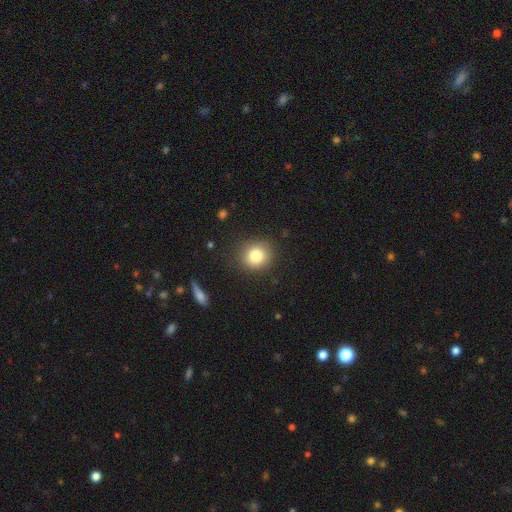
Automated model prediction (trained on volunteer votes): smooth-or-featured: smooth: 84% | star or artifact: 10% | featured or disk: 6%
  how-rounded: round: 86% | in between: 13% | cigar-shaped: 1%
  merging: none: 85% | minor disturbance: 10% | major disturbance: 3% | merger: 1%